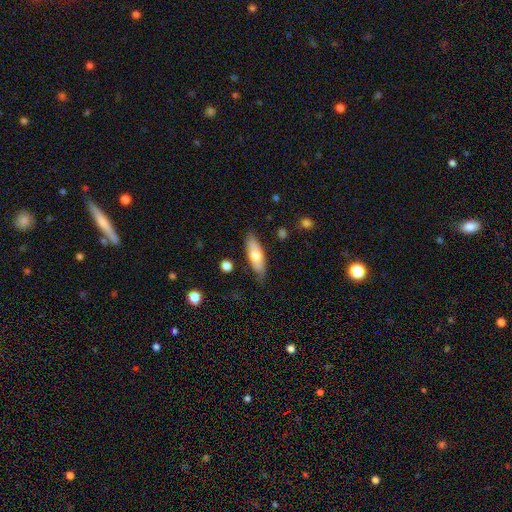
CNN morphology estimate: This appears to be a smooth galaxy with no disk features (67%) that is in between round and cigar-shaped (58%). Merging: none (79%).